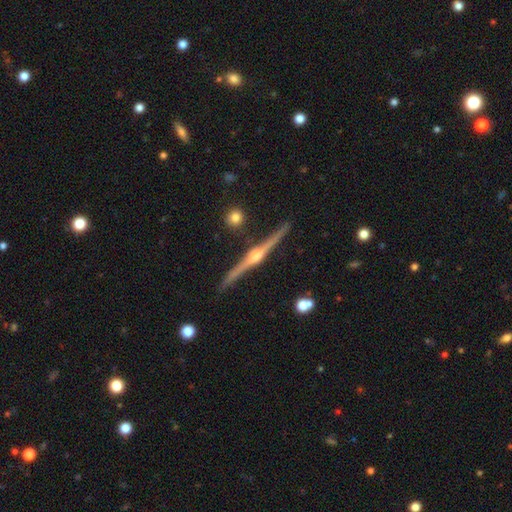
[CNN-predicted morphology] A featured or disk galaxy (88%) viewed edge-on (98%) with a rounded central bulge (89%).

Vote fractions:
- Smooth or featured? featured or disk: 88% / smooth: 7% / star or artifact: 5%
- Edge-on disk? yes: 98% / no: 2%
- Edge-on bulge? rounded: 89% / boxy: 7% / none: 4%
- Merging? none: 88% / minor disturbance: 8% / merger: 2% / major disturbance: 2%